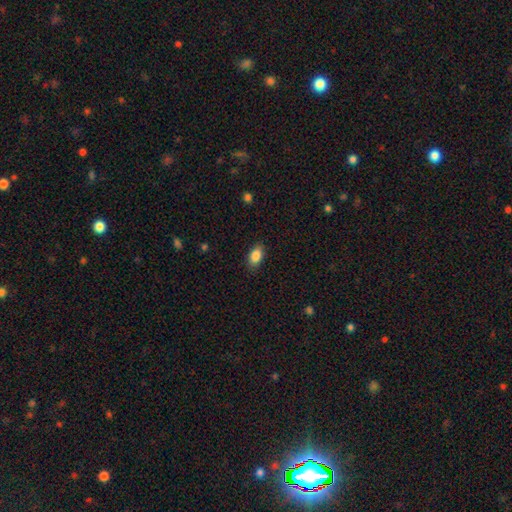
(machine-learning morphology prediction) type=smooth (86%); roundness=in between (90%); merging=none (87%).